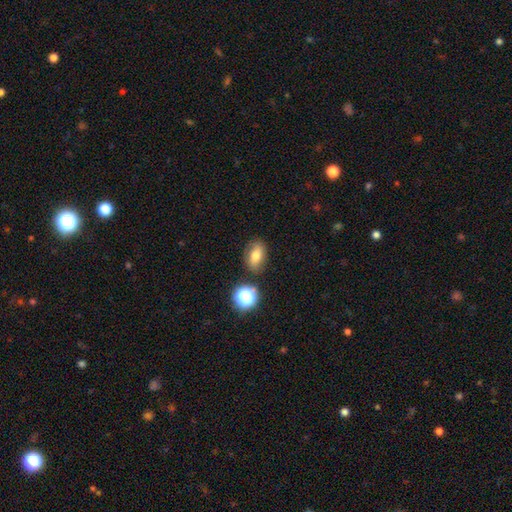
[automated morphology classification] smooth_or_featured: smooth (p=0.73) [alt: featured or disk p=0.14]
how_rounded: in between (p=0.79) [alt: round p=0.18]
merging: none (p=0.80) [alt: minor disturbance p=0.12]